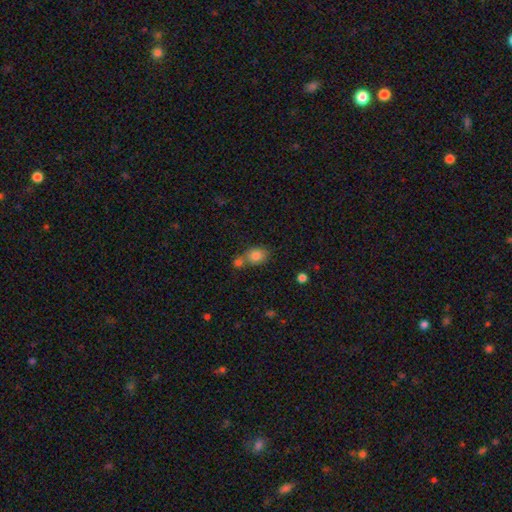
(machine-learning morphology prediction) Q: Smooth or featured?
A: smooth (81%); runner-up: star or artifact (10%)
Q: How rounded?
A: round (53%); runner-up: in between (46%)
Q: Merging?
A: none (49%); runner-up: merger (37%)